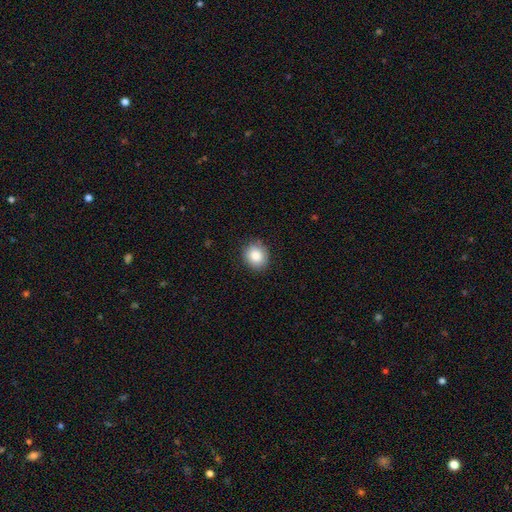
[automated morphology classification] Overall: smooth (86%). How rounded: round (75%). Merging: none (87%).